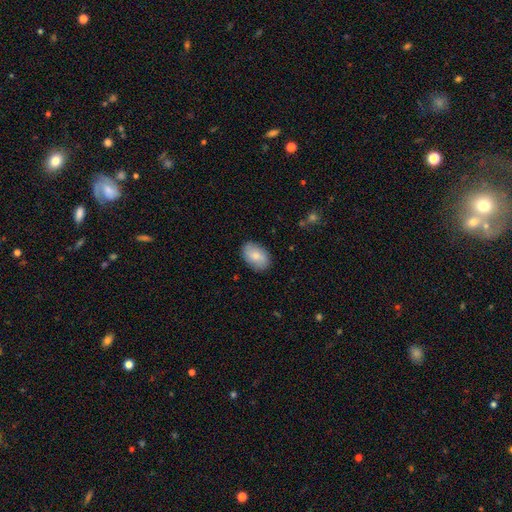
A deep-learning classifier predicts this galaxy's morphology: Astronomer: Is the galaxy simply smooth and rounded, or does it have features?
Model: smooth — 77%.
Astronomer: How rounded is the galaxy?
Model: in between — 89%.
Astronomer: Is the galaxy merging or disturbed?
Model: none — 86%.